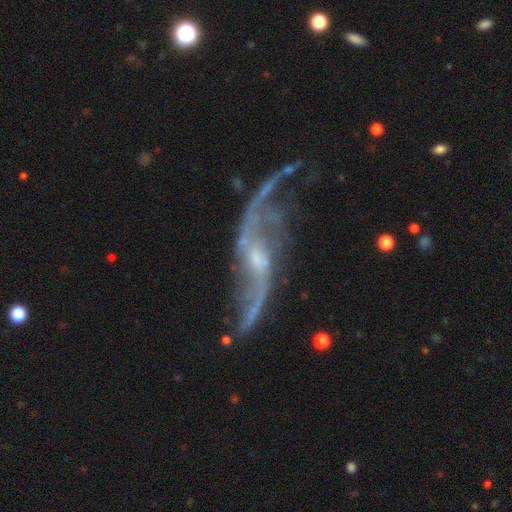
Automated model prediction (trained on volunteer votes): featured or disk 89%, star or artifact 6%, smooth 5%. Down the decision tree: edge-on disk — no (91%); bar — no (47%); spiral arms — yes (94%); spiral arm count — 2 (86%); spiral winding — loose (87%); bulge size — small (57%); merging — none (50%).